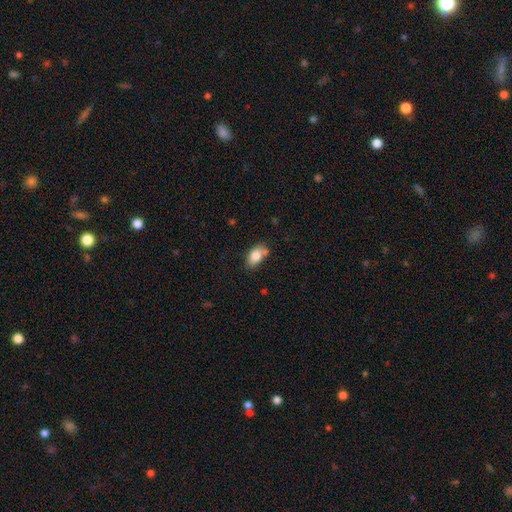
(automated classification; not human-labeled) A smooth galaxy with no disk features (82%) that is in between round and cigar-shaped (88%). Merging: none (60%).